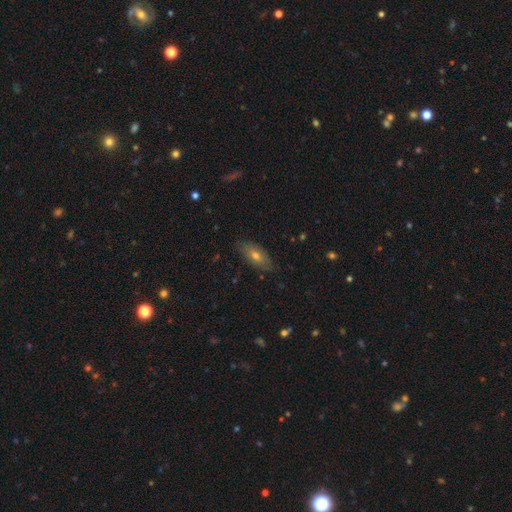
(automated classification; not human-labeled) Smooth or featured? Predicted: smooth (p=0.55). How rounded? Predicted: in between (p=0.73). Merging? Predicted: none (p=0.83).